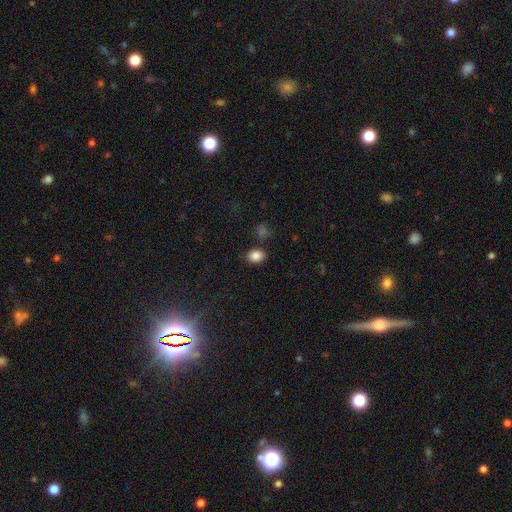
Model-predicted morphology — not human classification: This appears to be a smooth galaxy with no disk features (86%) that is in between round and cigar-shaped (64%). Merging: none (82%).